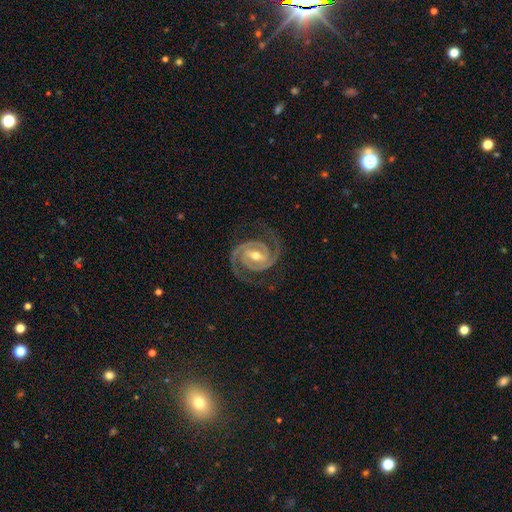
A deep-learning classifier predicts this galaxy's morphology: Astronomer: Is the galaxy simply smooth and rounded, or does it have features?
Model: featured or disk — 94%.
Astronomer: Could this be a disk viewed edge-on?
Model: no — 98%.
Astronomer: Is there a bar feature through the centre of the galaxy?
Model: strong — 42% (runner-up: weak, 41%).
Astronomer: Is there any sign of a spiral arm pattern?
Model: yes — 99%.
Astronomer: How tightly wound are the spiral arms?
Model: tight — 58% (runner-up: medium, 37%).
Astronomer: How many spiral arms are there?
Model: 2 — 94%.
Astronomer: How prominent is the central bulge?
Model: moderate — 71%.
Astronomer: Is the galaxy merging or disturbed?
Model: none — 83%.